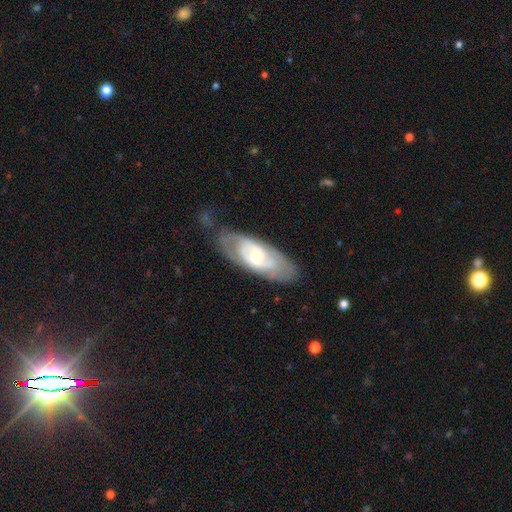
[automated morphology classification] Overall: featured or disk (68%). Edge-on disk: no (87%). Bar: weak (43%; no 42%). Spiral arms: yes (76%). Bulge size: moderate (50%; small 37%). Merging: none (68%).